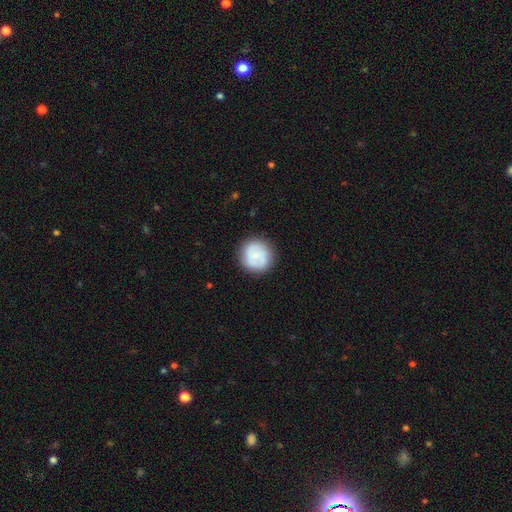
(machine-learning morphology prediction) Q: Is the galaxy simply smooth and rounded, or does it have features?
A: smooth — 66%.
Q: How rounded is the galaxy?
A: round — 94%.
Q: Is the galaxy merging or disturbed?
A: none — 86%.